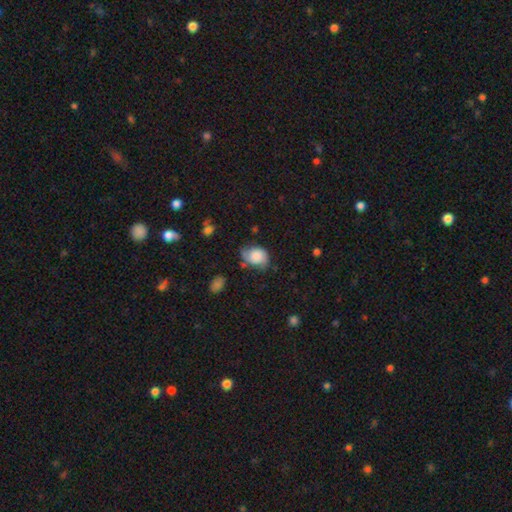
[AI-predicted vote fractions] smooth-or-featured: smooth: 66% | featured or disk: 26% | star or artifact: 9%
  how-rounded: in between: 59% | round: 40% | cigar-shaped: 1%
  merging: none: 45% | minor disturbance: 35% | major disturbance: 16% | merger: 4%